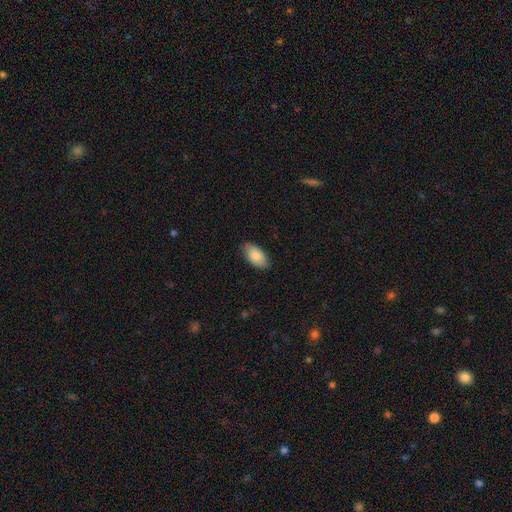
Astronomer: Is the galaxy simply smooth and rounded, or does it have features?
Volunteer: smooth — 92%.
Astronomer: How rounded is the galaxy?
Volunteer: in between — 100%.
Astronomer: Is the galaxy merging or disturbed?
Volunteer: none — 86%.